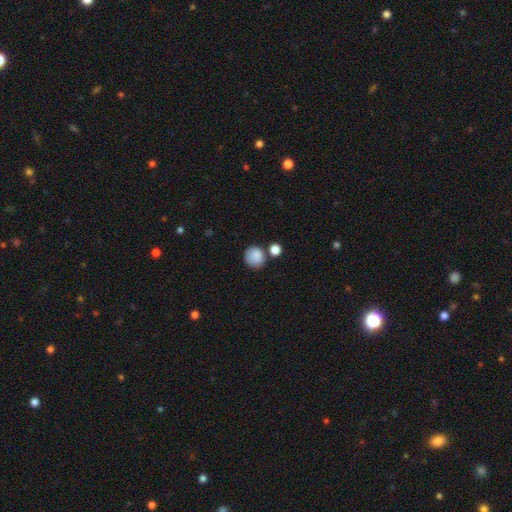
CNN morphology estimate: Smooth or featured?
  - smooth: 87% *
  - star or artifact: 8%
  - featured or disk: 5%
How rounded?
  - round: 89% *
  - in between: 10%
  - cigar-shaped: 1%
Merging?
  - none: 70% *
  - merger: 14%
  - minor disturbance: 12%
  - major disturbance: 4%